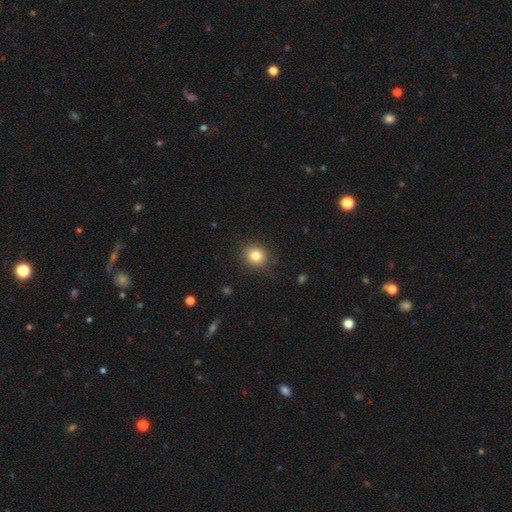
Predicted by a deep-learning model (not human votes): Q: Smooth or featured?
A: smooth (82%); runner-up: star or artifact (11%)
Q: How rounded?
A: round (81%); runner-up: in between (18%)
Q: Merging?
A: none (87%); runner-up: minor disturbance (9%)